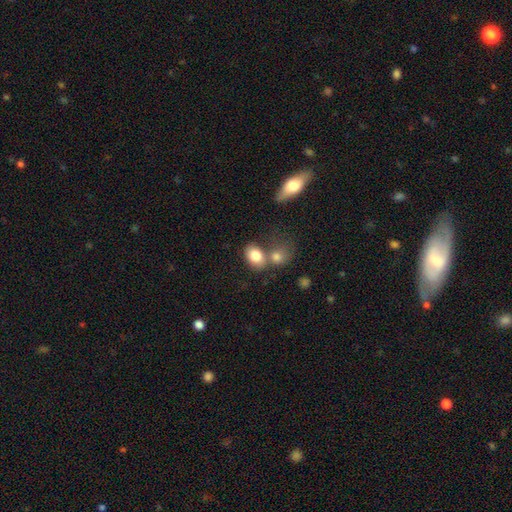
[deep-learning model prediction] This is clearly a smooth galaxy (81%). How rounded: likely in between (72%). Merging: marginally none (43%).